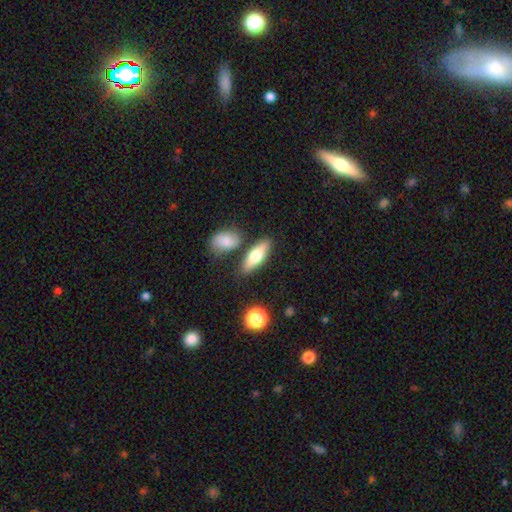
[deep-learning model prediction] A smooth galaxy with no disk features (67%) that is in between round and cigar-shaped (62%).

Vote fractions:
- Smooth or featured? smooth: 67% / featured or disk: 27% / star or artifact: 7%
- How rounded? in between: 62% / cigar-shaped: 34% / round: 4%
- Merging? none: 77% / minor disturbance: 11% / merger: 9% / major disturbance: 3%